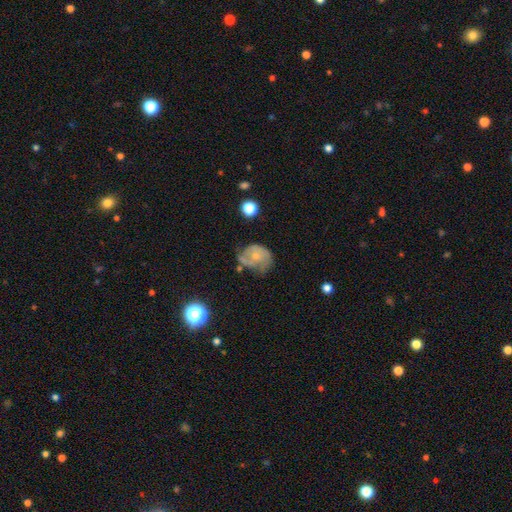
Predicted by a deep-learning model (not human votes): A featured or disk galaxy (57%) with no bar (79%), spiral arms (72%) and a small central bulge (57%).

Vote fractions:
- Smooth or featured? featured or disk: 57% / smooth: 35% / star or artifact: 9%
- Edge-on disk? no: 98% / yes: 2%
- Bar? no: 79% / weak: 18% / strong: 3%
- Spiral arms? yes: 72% / no: 28%
- Bulge size? small: 57% / moderate: 31% / none: 10% / large: 2% / dominant: 1%
- Merging? none: 39% / minor disturbance: 32% / major disturbance: 24% / merger: 5%